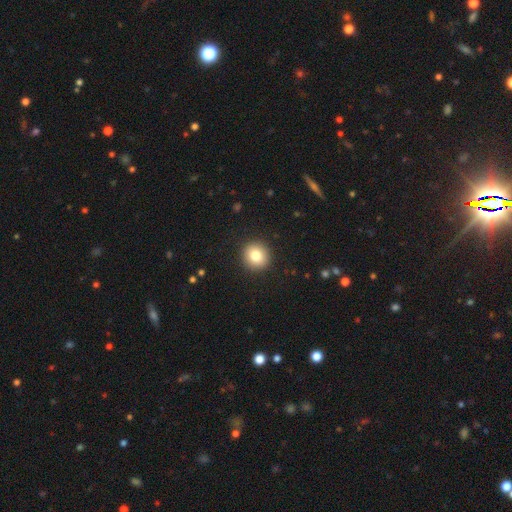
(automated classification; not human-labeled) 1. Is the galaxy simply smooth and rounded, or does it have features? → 82% smooth, 10% star or artifact, 9% featured or disk.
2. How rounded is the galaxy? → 92% round, 7% in between, 1% cigar-shaped.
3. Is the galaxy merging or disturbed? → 92% none, 5% minor disturbance, 2% major disturbance, 1% merger.